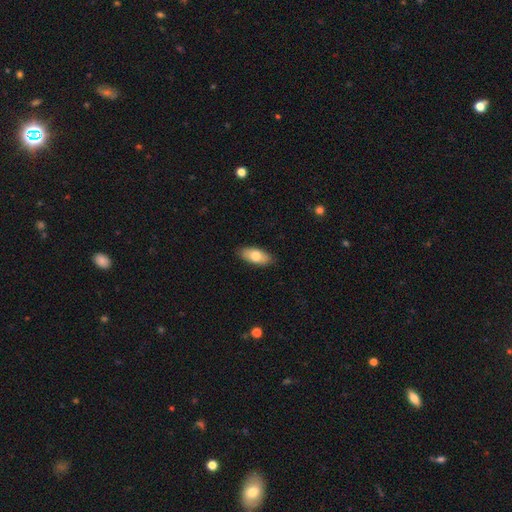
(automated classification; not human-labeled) This is likely a smooth galaxy (76%). How rounded: clearly in between (87%). Merging: clearly none (88%).